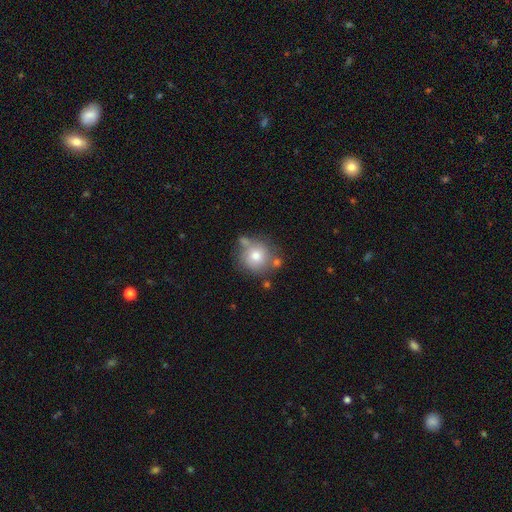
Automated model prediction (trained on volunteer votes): smooth_or_featured: smooth (p=0.74) [alt: featured or disk p=0.16]
how_rounded: round (p=0.90) [alt: in between p=0.10]
merging: none (p=0.63) [alt: minor disturbance p=0.17]